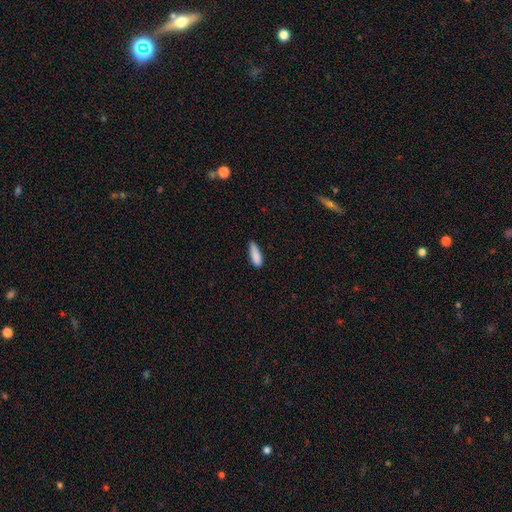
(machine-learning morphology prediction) Smooth or featured? smooth (88%)
How rounded? in between (54%)
Merging? none (64%)